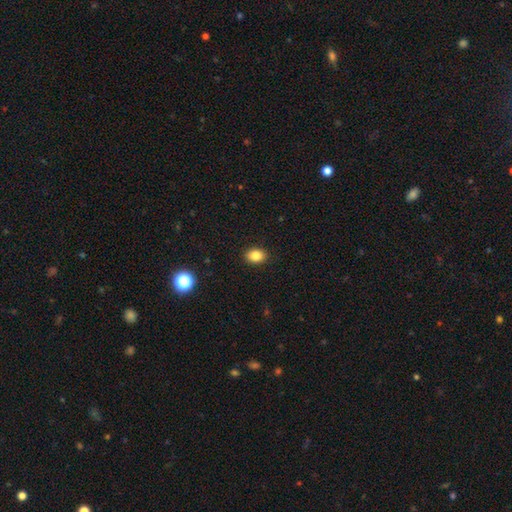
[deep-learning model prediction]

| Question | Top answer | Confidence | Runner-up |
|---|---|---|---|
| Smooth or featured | smooth | 84% | star or artifact (10%) |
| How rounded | in between | 71% | round (28%) |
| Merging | none | 90% | minor disturbance (7%) |